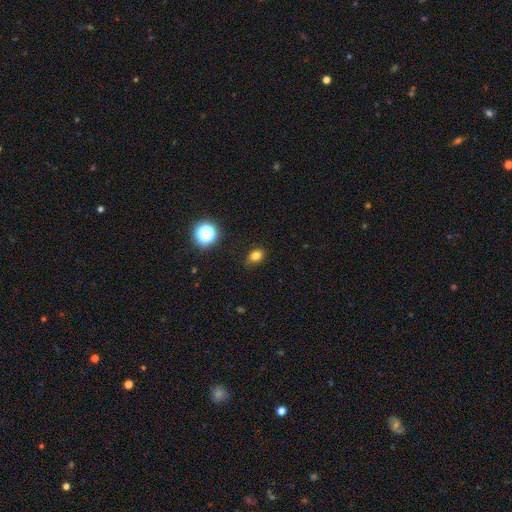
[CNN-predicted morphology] smooth_or_featured: smooth (p=0.79) [alt: star or artifact p=0.15]
how_rounded: in between (p=0.64) [alt: round p=0.35]
merging: none (p=0.84) [alt: minor disturbance p=0.12]